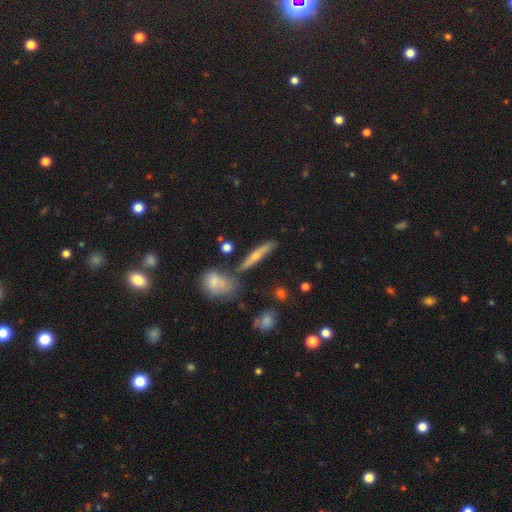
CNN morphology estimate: type=featured or disk (47%); merging=none (74%).